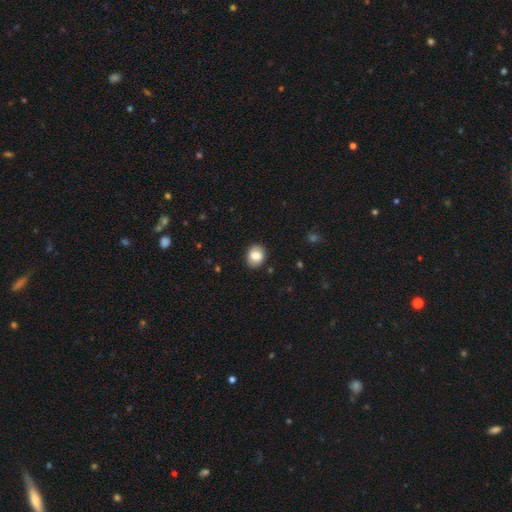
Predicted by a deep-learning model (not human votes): This appears to be a smooth galaxy with no disk features (81%) that is in between round and cigar-shaped (53%). Merging: none (86%).